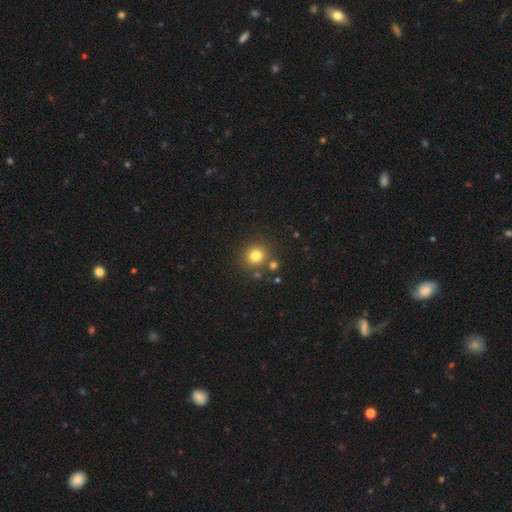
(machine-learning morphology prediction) A smooth galaxy with no disk features (79%) that is round (89%).

Vote fractions:
- Smooth or featured? smooth: 79% / star or artifact: 13% / featured or disk: 7%
- How rounded? round: 89% / in between: 10% / cigar-shaped: 1%
- Merging? none: 80% / merger: 9% / minor disturbance: 8% / major disturbance: 3%